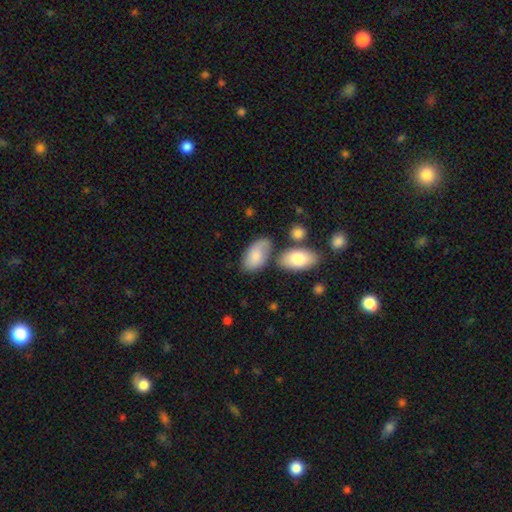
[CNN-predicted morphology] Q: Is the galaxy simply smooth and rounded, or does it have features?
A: smooth — 76%.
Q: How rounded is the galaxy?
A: in between — 93%.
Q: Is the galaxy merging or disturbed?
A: none — 52%.